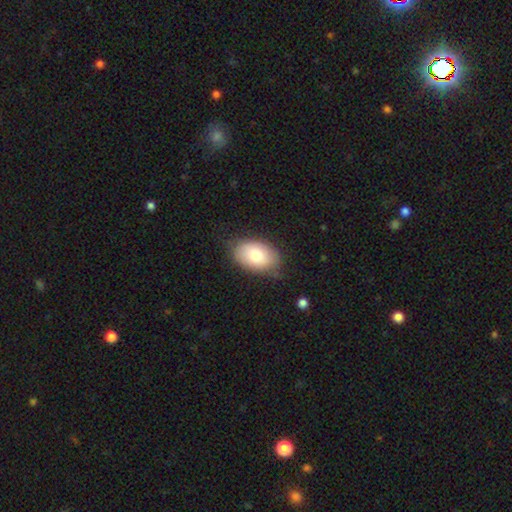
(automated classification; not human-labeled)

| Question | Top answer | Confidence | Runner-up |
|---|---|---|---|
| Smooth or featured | smooth | 77% | featured or disk (16%) |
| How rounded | in between | 89% | round (10%) |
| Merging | none | 76% | minor disturbance (19%) |